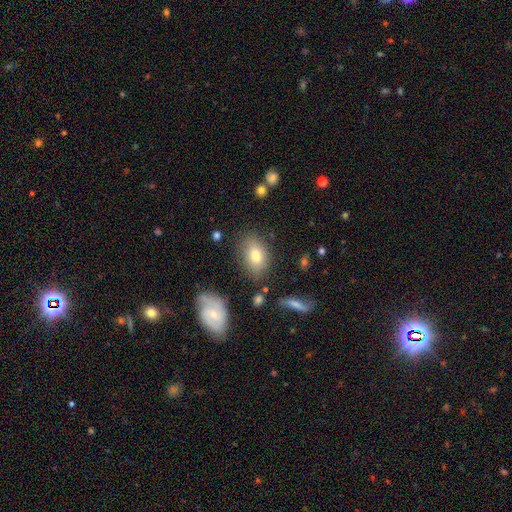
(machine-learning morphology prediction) smooth_or_featured: smooth (p=0.74) [alt: featured or disk p=0.17]
how_rounded: in between (p=0.84) [alt: round p=0.14]
merging: none (p=0.76) [alt: minor disturbance p=0.15]